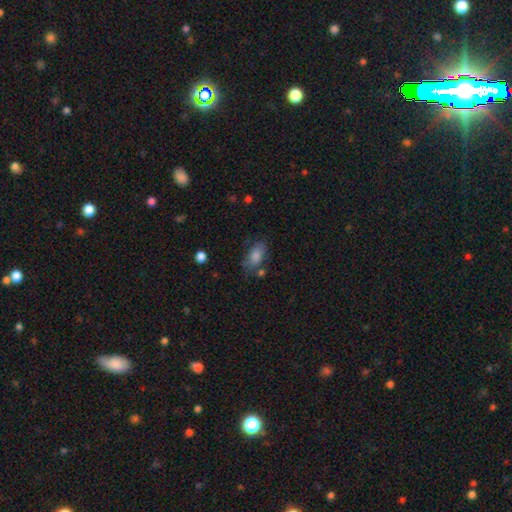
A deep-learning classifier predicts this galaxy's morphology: smooth-or-featured: smooth: 76% | featured or disk: 13% | star or artifact: 10%
  how-rounded: in between: 88% | round: 7% | cigar-shaped: 5%
  merging: none: 66% | minor disturbance: 20% | merger: 7% | major disturbance: 7%